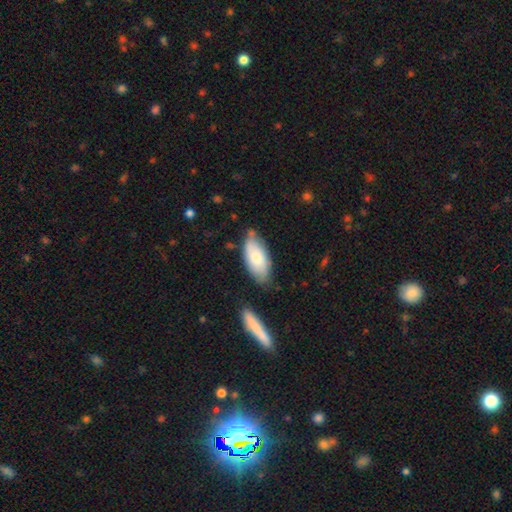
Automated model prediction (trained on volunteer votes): Morphology: type=smooth (73%); roundness=in between (90%); merging=none (67%).